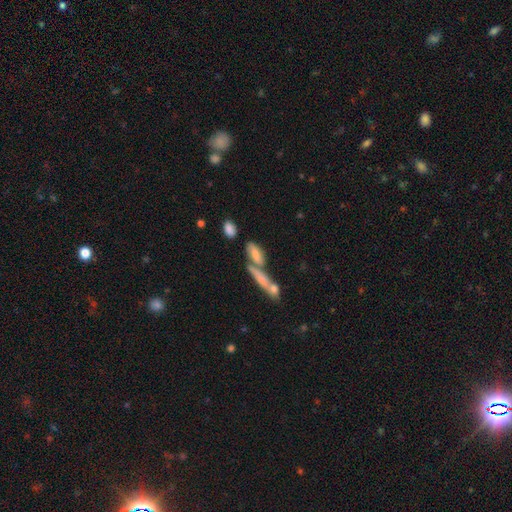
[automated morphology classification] Smooth or featured?
  - smooth: 46% *
  - featured or disk: 38%
  - star or artifact: 17%
Merging?
  - merger: 46% *
  - none: 36%
  - minor disturbance: 11%
  - major disturbance: 8%